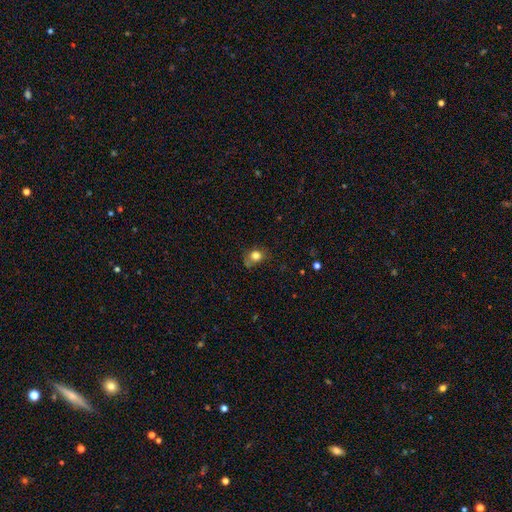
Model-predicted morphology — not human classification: Overall: smooth (79%). How rounded: round (65%; in between 33%). Merging: none (59%; minor disturbance 27%).